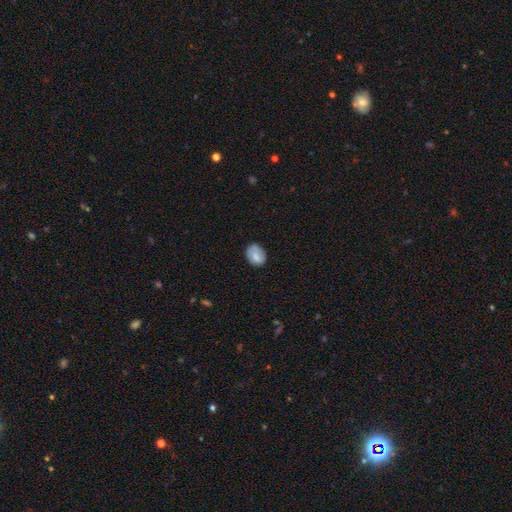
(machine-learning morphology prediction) A smooth galaxy with no disk features (79%) that is in between round and cigar-shaped (63%).

Vote fractions:
- Smooth or featured? smooth: 79% / featured or disk: 13% / star or artifact: 7%
- How rounded? in between: 63% / round: 36% / cigar-shaped: 1%
- Merging? none: 73% / minor disturbance: 21% / major disturbance: 5% / merger: 1%